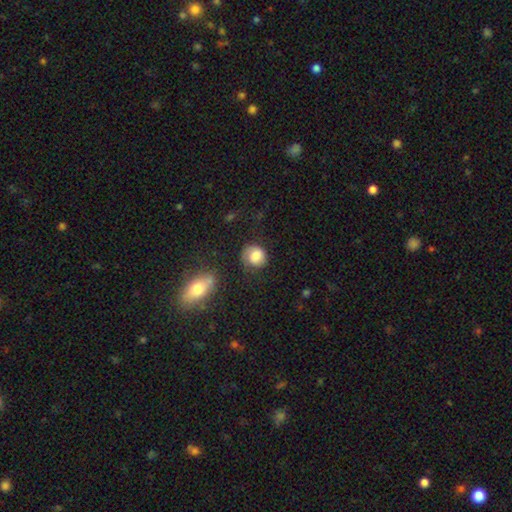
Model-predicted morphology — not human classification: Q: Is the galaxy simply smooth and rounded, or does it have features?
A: smooth — 77%.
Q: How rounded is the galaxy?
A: round — 74%.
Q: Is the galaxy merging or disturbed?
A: none — 61%.